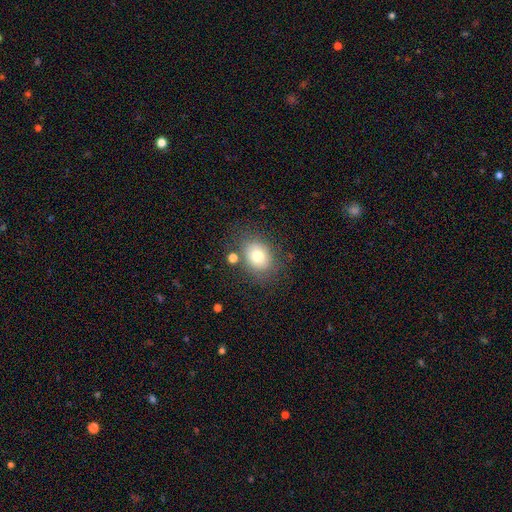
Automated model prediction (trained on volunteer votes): Q: Smooth or featured?
A: smooth (71%); runner-up: featured or disk (17%)
Q: How rounded?
A: round (51%); runner-up: in between (48%)
Q: Merging?
A: none (76%); runner-up: minor disturbance (13%)